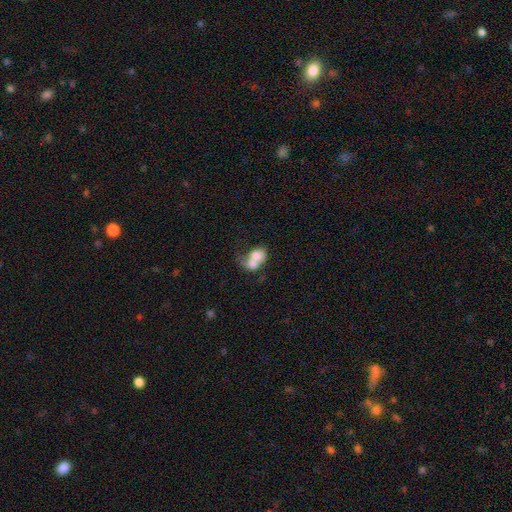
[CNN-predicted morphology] type=smooth (68%); roundness=in between (56%); merging=merger (76%).